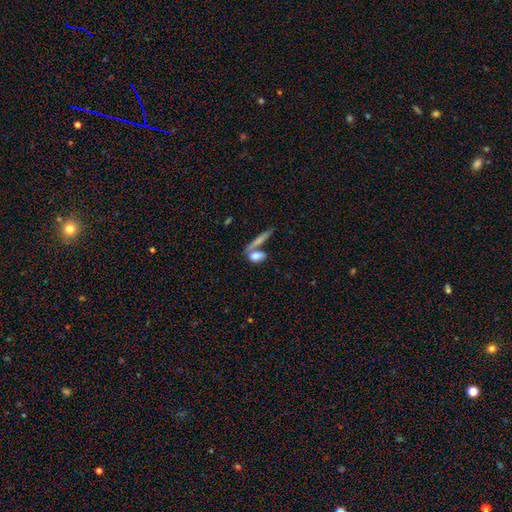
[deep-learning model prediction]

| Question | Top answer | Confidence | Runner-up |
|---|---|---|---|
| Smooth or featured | smooth | 76% | featured or disk (16%) |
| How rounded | in between | 60% | cigar-shaped (31%) |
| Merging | none | 46% | merger (38%) |